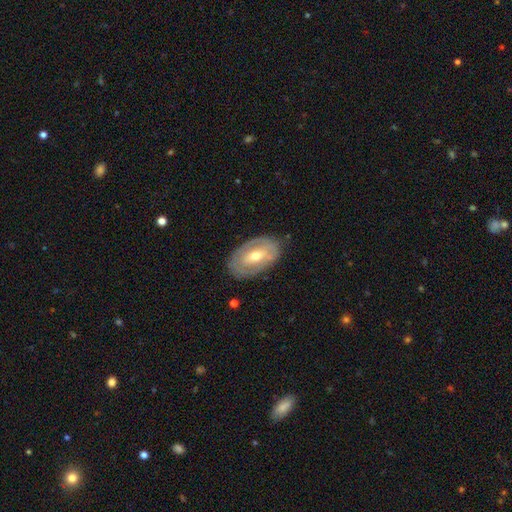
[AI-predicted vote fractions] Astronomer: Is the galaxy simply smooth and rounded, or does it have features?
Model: featured or disk — 64%.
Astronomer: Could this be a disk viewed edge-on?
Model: no — 91%.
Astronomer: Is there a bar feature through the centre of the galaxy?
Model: weak — 38% (runner-up: no, 36%).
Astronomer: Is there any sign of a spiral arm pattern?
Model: no — 57% (runner-up: yes, 43%).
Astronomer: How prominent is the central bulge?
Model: moderate — 66%.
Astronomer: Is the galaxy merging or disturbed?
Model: none — 79%.